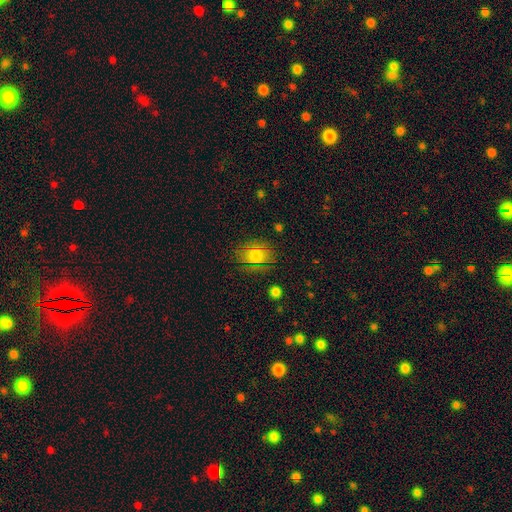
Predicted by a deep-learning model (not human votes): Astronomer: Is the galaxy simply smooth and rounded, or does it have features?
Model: smooth — 71%.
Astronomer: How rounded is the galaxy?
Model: round — 52% (runner-up: in between, 46%).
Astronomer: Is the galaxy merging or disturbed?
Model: none — 77%.